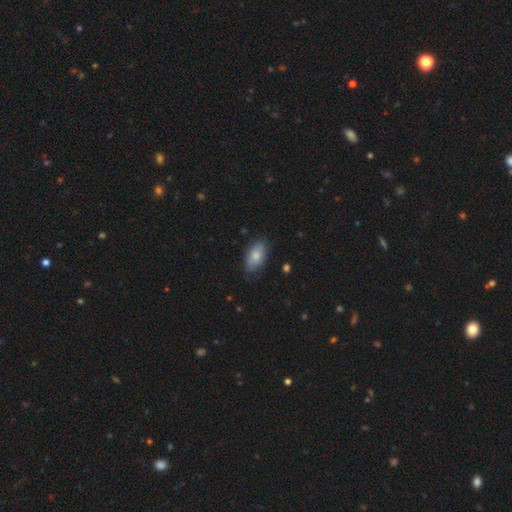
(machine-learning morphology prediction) Overall: smooth (78%). How rounded: in between (93%). Merging: none (75%).